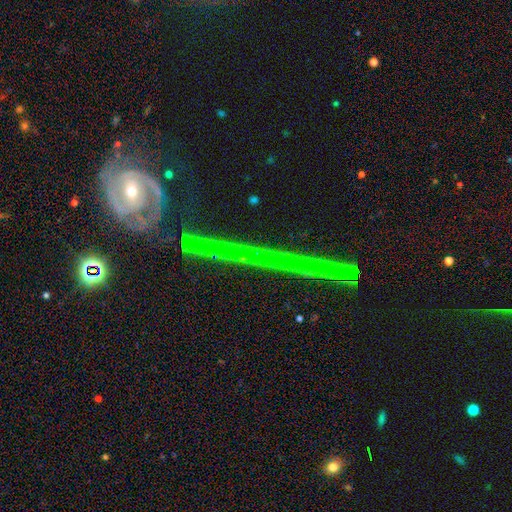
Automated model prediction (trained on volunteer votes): Smooth or featured: featured or disk — 69% (star or artifact — 20%)
Edge-on disk: yes — 88% (no — 12%)
Edge-on bulge: none — 69% (rounded — 24%)
Merging: none — 84% (minor disturbance — 9%)